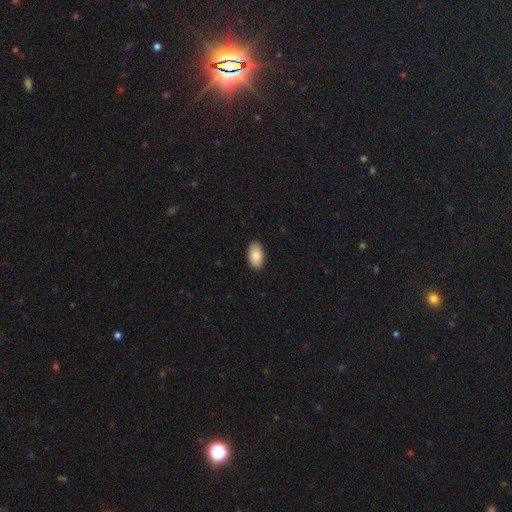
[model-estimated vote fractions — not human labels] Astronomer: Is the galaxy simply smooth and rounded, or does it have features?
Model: smooth — 88%.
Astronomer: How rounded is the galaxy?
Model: in between — 95%.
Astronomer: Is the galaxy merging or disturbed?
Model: none — 89%.